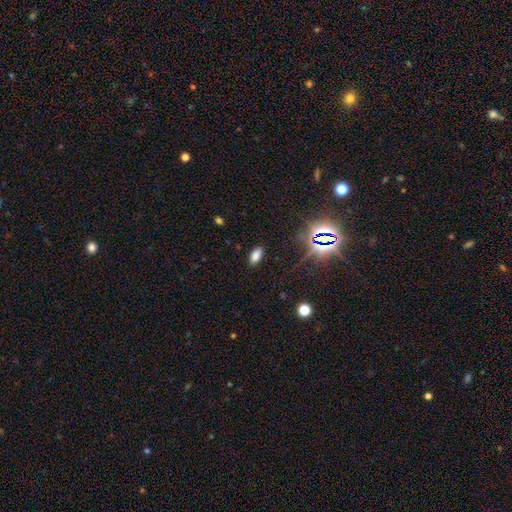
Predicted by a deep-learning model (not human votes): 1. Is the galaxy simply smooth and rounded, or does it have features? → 77% smooth, 18% star or artifact, 6% featured or disk.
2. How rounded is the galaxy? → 91% in between, 6% cigar-shaped, 3% round.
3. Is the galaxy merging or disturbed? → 88% none, 8% minor disturbance, 3% major disturbance, 1% merger.